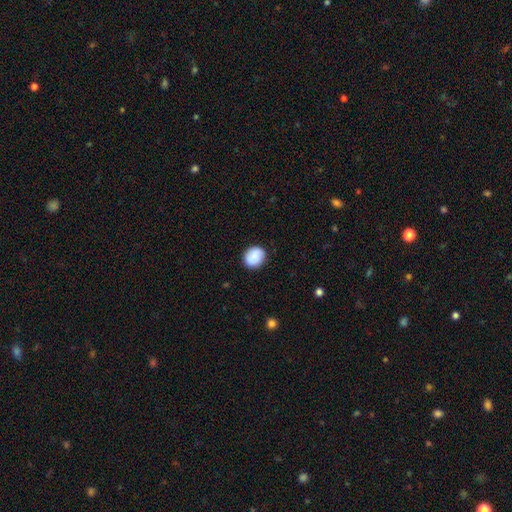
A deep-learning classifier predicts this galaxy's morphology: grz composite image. It shows a smooth galaxy with no disk features (88%) that is round (71%). Merging: none (88%).